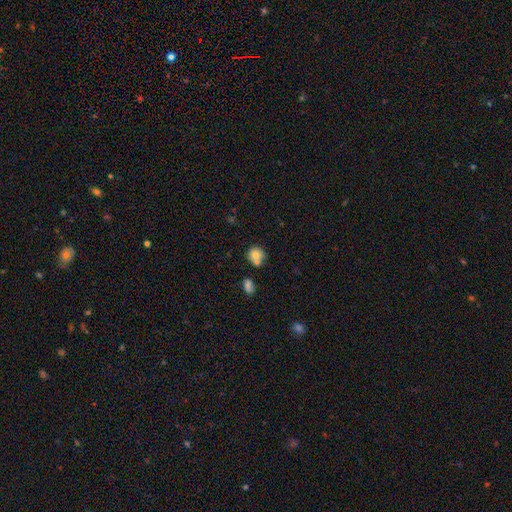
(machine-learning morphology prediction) Q: Smooth or featured?
A: smooth (77%); runner-up: featured or disk (13%)
Q: How rounded?
A: round (85%); runner-up: in between (14%)
Q: Merging?
A: none (58%); runner-up: merger (26%)